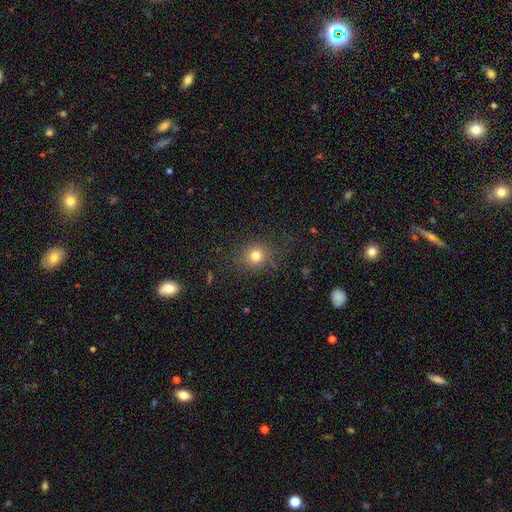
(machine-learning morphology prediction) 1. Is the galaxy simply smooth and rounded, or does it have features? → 77% smooth, 16% star or artifact, 7% featured or disk.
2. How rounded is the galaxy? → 81% round, 17% in between, 1% cigar-shaped.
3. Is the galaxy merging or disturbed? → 84% none, 10% minor disturbance, 5% major disturbance, 1% merger.